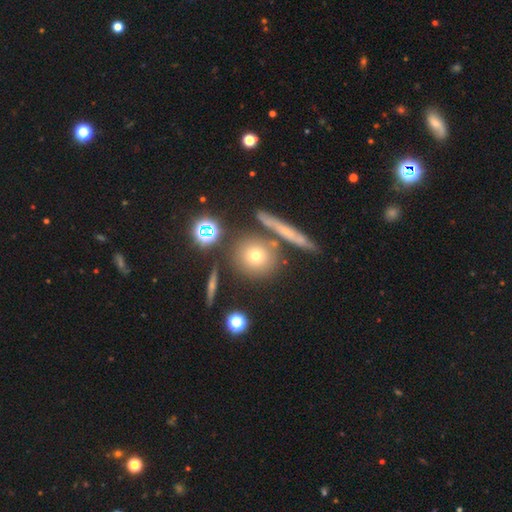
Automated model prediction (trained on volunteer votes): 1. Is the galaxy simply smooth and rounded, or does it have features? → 64% smooth, 21% featured or disk, 16% star or artifact.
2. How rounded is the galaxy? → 86% round, 10% in between, 4% cigar-shaped.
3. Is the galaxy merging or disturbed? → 78% none, 9% merger, 9% minor disturbance, 3% major disturbance.